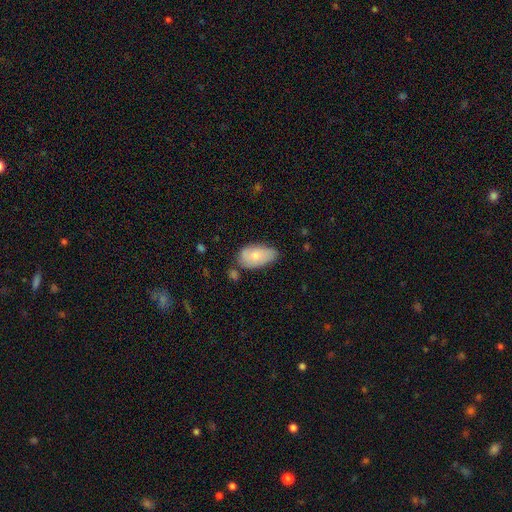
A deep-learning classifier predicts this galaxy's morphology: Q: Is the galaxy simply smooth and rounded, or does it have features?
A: smooth — 74%.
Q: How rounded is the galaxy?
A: in between — 93%.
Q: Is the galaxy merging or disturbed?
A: none — 57%.